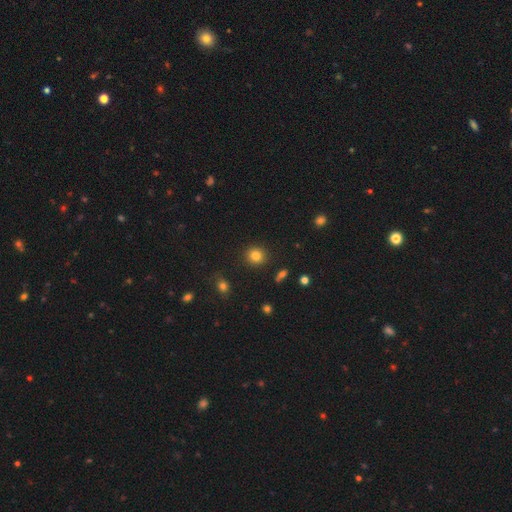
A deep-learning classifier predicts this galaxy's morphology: smooth-or-featured: smooth: 82% | star or artifact: 12% | featured or disk: 7%
  how-rounded: round: 90% | in between: 9% | cigar-shaped: 1%
  merging: none: 90% | minor disturbance: 6% | major disturbance: 2% | merger: 2%